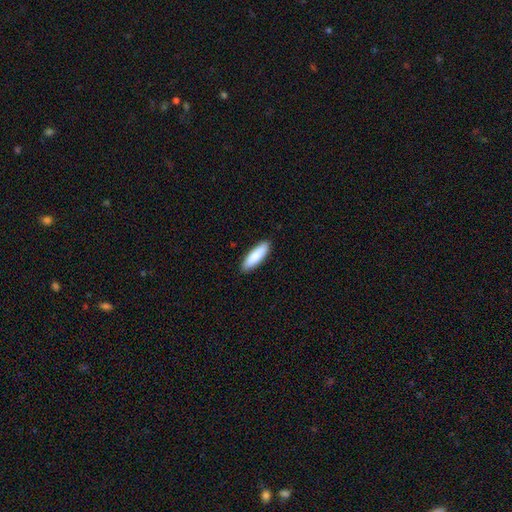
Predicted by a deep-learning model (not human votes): This appears to be a smooth galaxy with no disk features (88%) that is cigar-shaped (57%). Merging: none (90%).